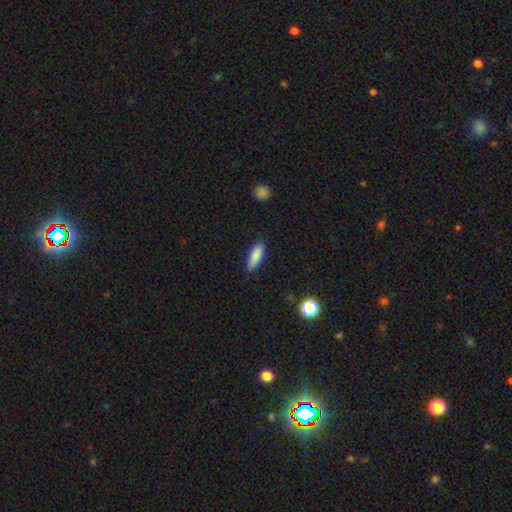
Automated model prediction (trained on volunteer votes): Smooth or featured: smooth — 85% (featured or disk — 8%)
How rounded: in between — 59% (cigar-shaped — 39%)
Merging: none — 86% (minor disturbance — 11%)